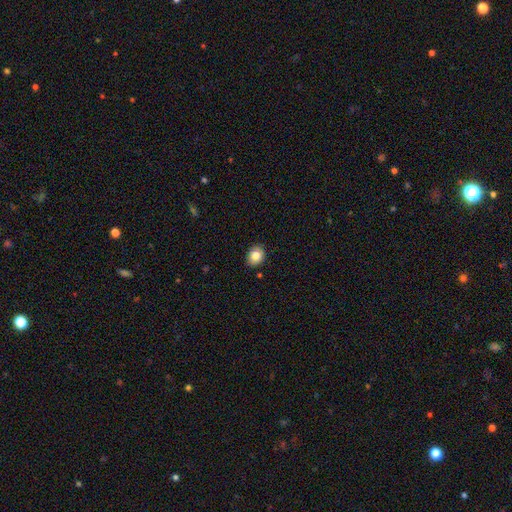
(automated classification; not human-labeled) The model was most divided on "how rounded": round: 50%, in between: 49%, cigar-shaped: 1%. More confident: merging — none (87%); smooth or featured — smooth (83%).